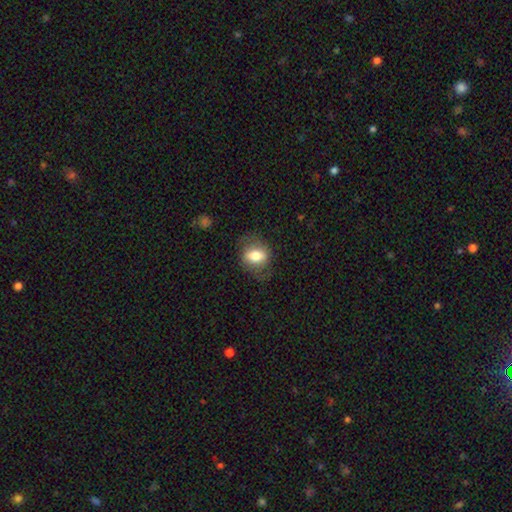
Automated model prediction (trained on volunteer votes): Smooth or featured?
  - smooth: 68% *
  - featured or disk: 24%
  - star or artifact: 8%
How rounded?
  - in between: 65% *
  - round: 34%
  - cigar-shaped: 2%
Merging?
  - none: 72% *
  - minor disturbance: 18%
  - major disturbance: 9%
  - merger: 1%